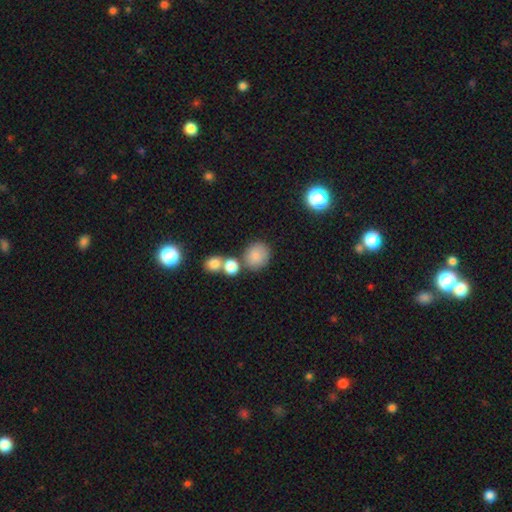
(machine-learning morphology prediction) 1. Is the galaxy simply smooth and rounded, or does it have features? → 83% smooth, 10% star or artifact, 8% featured or disk.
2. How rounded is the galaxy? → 75% round, 24% in between, 1% cigar-shaped.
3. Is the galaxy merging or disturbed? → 63% none, 20% merger, 12% minor disturbance, 5% major disturbance.